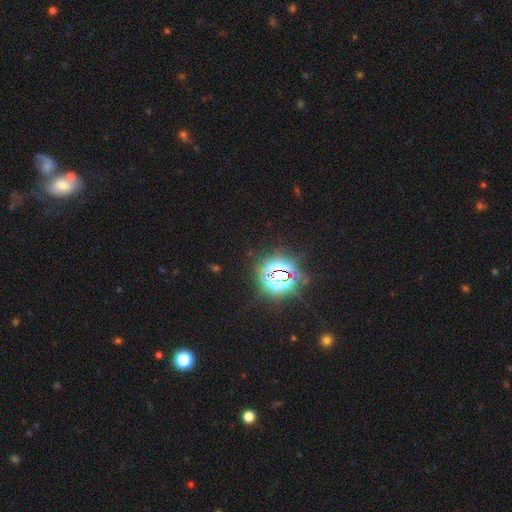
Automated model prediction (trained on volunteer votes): The model was most divided on "smooth or featured": star or artifact: 83%, smooth: 10%, featured or disk: 7%.